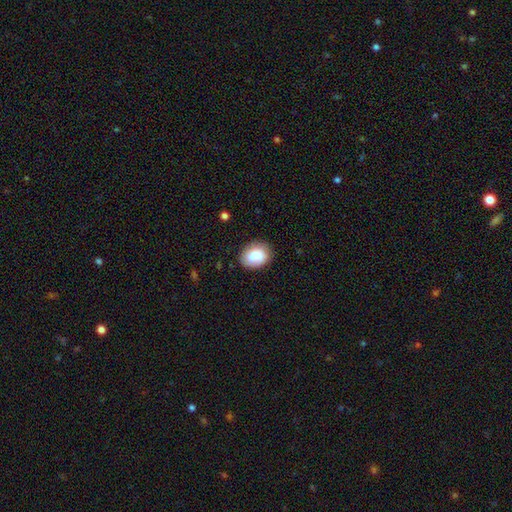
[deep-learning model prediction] Q: Smooth or featured?
A: smooth (81%); runner-up: featured or disk (12%)
Q: How rounded?
A: in between (62%); runner-up: round (37%)
Q: Merging?
A: none (76%); runner-up: minor disturbance (18%)